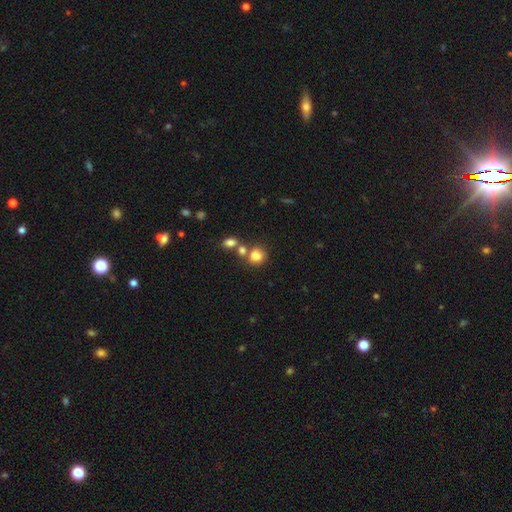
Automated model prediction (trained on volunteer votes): Q: Smooth or featured?
A: smooth (81%); runner-up: star or artifact (11%)
Q: How rounded?
A: round (76%); runner-up: in between (23%)
Q: Merging?
A: none (53%); runner-up: merger (31%)